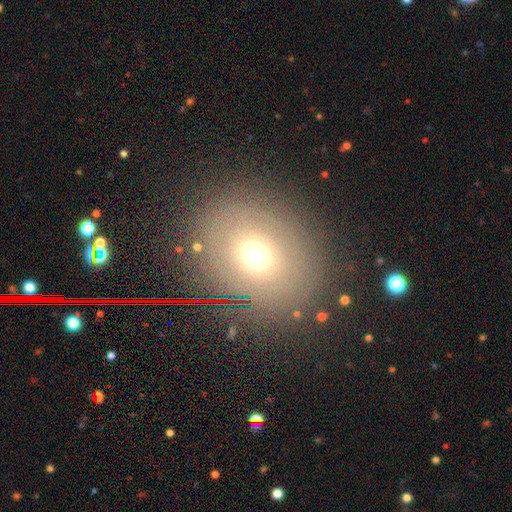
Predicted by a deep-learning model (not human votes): Smooth or featured: smooth — 57% (featured or disk — 22%)
How rounded: round — 64% (in between — 35%)
Merging: none — 82% (minor disturbance — 10%)